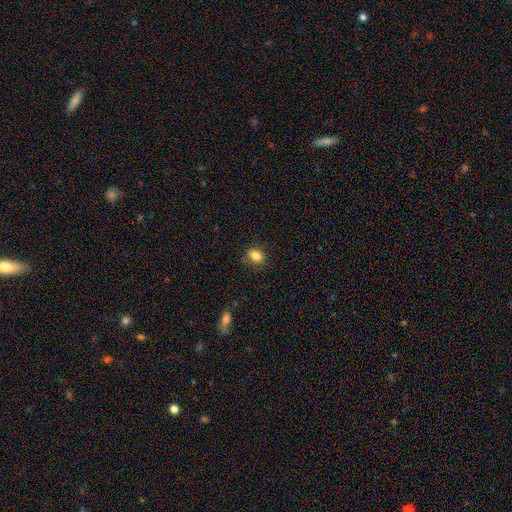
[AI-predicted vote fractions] Overall: smooth (84%). How rounded: in between (62%; round 36%). Merging: none (81%).